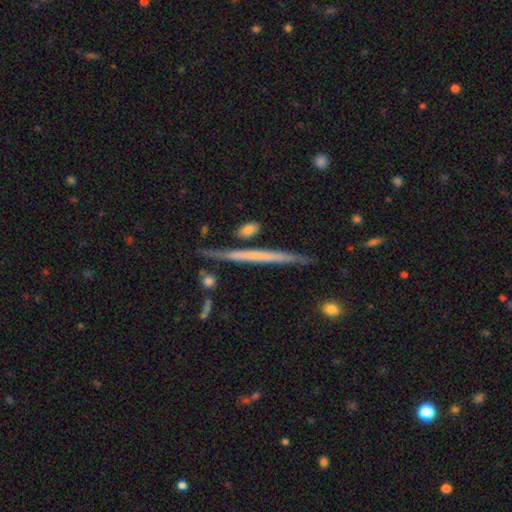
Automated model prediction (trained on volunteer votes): smooth-or-featured: featured or disk: 56% | smooth: 37% | star or artifact: 7%
  disk-edge-on: yes: 96% | no: 4%
    edge-on-bulge: none: 87% | rounded: 9% | boxy: 4%
  merging: none: 84% | minor disturbance: 10% | merger: 4% | major disturbance: 2%